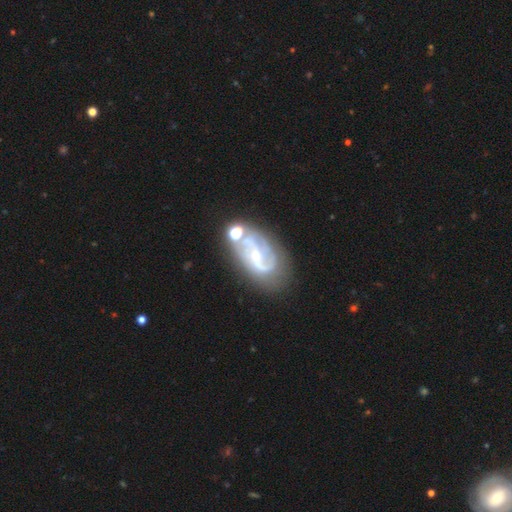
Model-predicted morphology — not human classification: Smooth or featured?
  - featured or disk: 81% *
  - smooth: 11%
  - star or artifact: 8%
Edge-on disk?
  - no: 96% *
  - yes: 4%
Bar?
  - no: 50% *
  - weak: 36%
  - strong: 14%
Spiral arms?
  - yes: 90% *
  - no: 10%
Spiral winding?
  - medium: 44% *
  - tight: 33%
  - loose: 23%
Spiral arm count?
  - 2: 60% *
  - can't tell: 18%
  - 3: 10%
  - 1: 6%
  - 4: 3%
  - more than 4: 2%
Bulge size?
  - small: 69% *
  - moderate: 26%
  - none: 2%
  - large: 1%
  - dominant: 1%
Merging?
  - none: 52% *
  - minor disturbance: 20%
  - merger: 16%
  - major disturbance: 12%